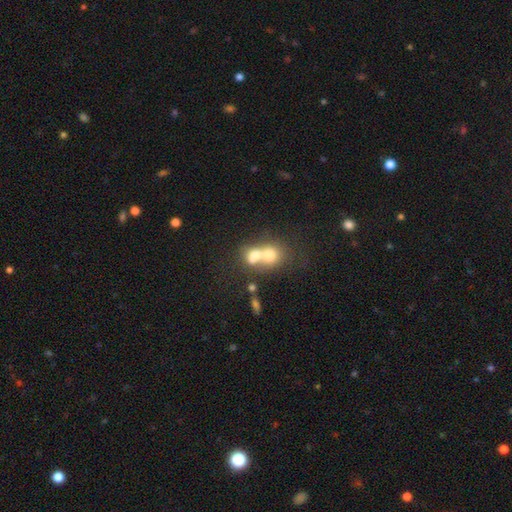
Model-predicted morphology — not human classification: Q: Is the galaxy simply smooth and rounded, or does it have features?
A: smooth — 68%.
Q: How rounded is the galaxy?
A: round — 53%.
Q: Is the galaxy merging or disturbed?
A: merger — 74%.